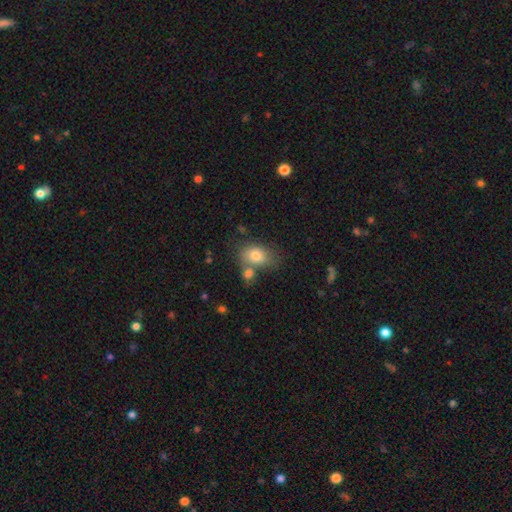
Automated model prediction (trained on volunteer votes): smooth_or_featured: smooth (p=0.78) [alt: featured or disk p=0.13]
how_rounded: in between (p=0.75) [alt: round p=0.23]
merging: none (p=0.50) [alt: merger p=0.29]